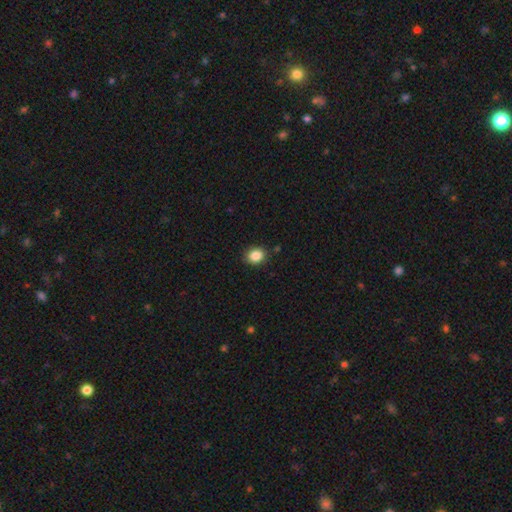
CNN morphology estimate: Smooth or featured?
  - smooth: 87% *
  - star or artifact: 9%
  - featured or disk: 4%
How rounded?
  - round: 59% *
  - in between: 41%
  - cigar-shaped: 1%
Merging?
  - none: 87% *
  - minor disturbance: 9%
  - major disturbance: 2%
  - merger: 2%